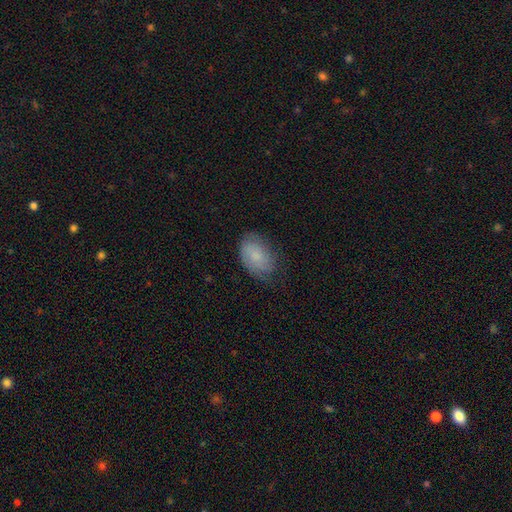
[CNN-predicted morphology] This appears to be a smooth galaxy with no disk features (74%) that is in between round and cigar-shaped (88%). Merging: none (63%).